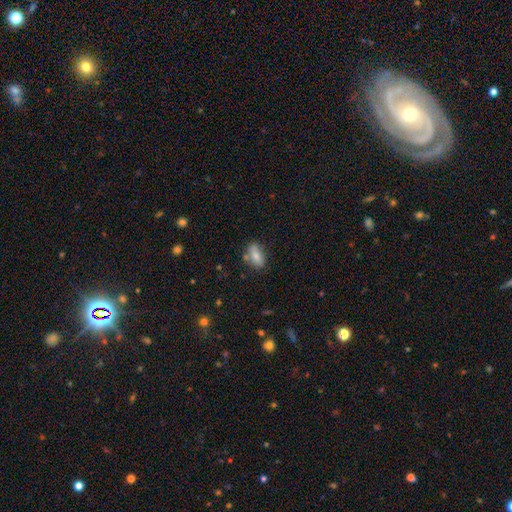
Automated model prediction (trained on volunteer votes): The model was most divided on "merging": none: 65%, minor disturbance: 20%, merger: 10%, major disturbance: 5%. More confident: how rounded — in between (85%); smooth or featured — smooth (76%).